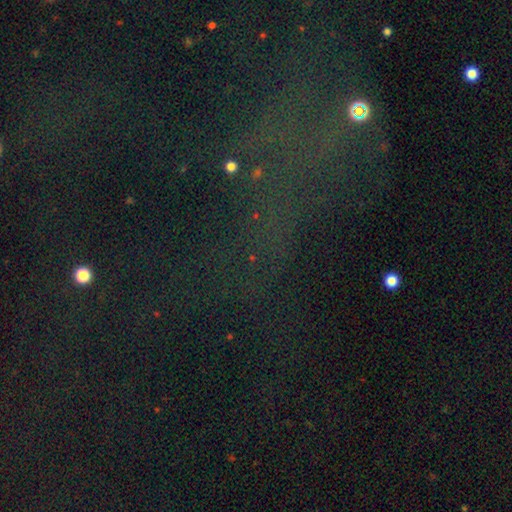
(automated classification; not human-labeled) Smooth or featured? star or artifact (68%)